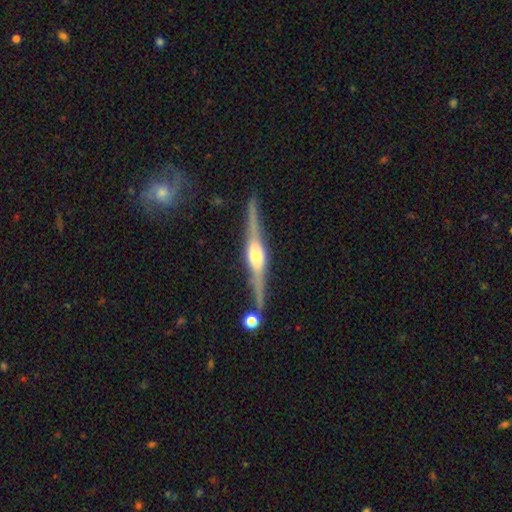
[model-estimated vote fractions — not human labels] Smooth or featured? Predicted: featured or disk (p=0.85). Edge-on disk? Predicted: yes (p=0.98). Edge-on bulge? Predicted: rounded (p=0.78). Merging? Predicted: none (p=0.83).